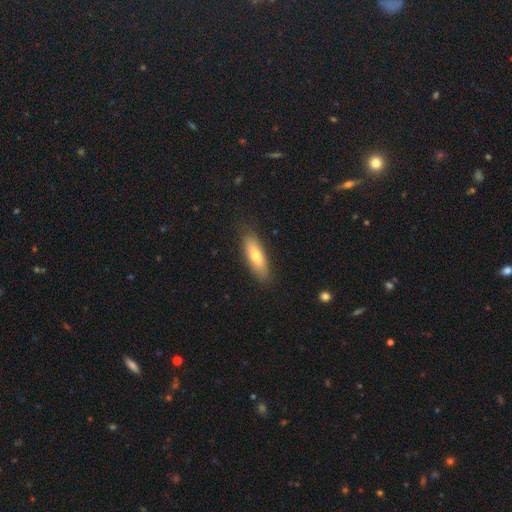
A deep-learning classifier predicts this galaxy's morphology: type=smooth (66%); roundness=cigar-shaped (50%); merging=none (84%).